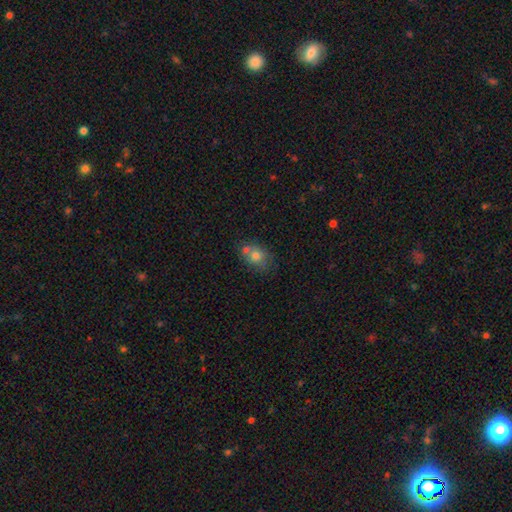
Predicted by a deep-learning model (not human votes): smooth_or_featured: smooth (p=0.72) [alt: featured or disk p=0.17]
how_rounded: round (p=0.52) [alt: in between p=0.47]
merging: none (p=0.48) [alt: merger p=0.32]